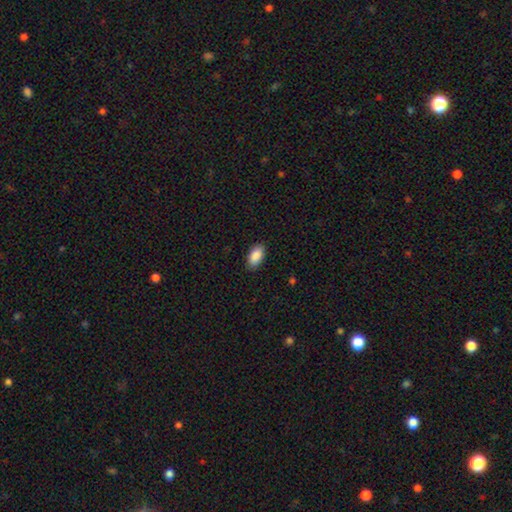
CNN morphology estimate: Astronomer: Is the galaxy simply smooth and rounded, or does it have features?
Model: smooth — 90%.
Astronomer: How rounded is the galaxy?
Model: in between — 94%.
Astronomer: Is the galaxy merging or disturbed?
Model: none — 88%.